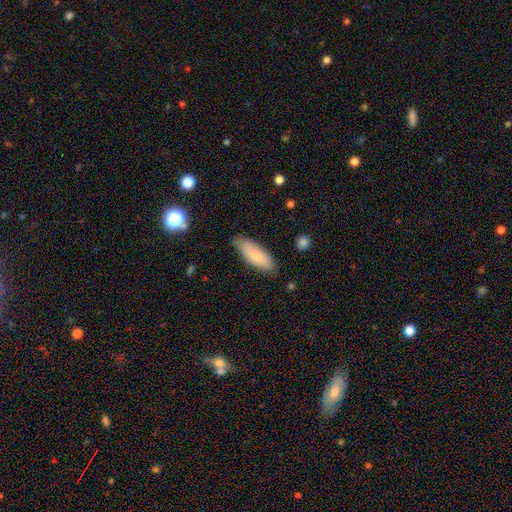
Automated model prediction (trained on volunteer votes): A smooth galaxy with no disk features (78%) that is in between round and cigar-shaped (63%).

Vote fractions:
- Smooth or featured? smooth: 78% / featured or disk: 15% / star or artifact: 7%
- How rounded? in between: 63% / cigar-shaped: 35% / round: 2%
- Merging? none: 77% / minor disturbance: 18% / major disturbance: 3% / merger: 2%